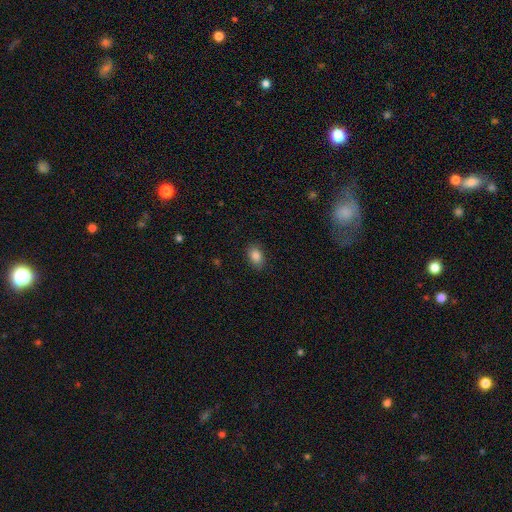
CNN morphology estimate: This is clearly a smooth galaxy (86%). How rounded: likely in between (80%). Merging: clearly none (85%).